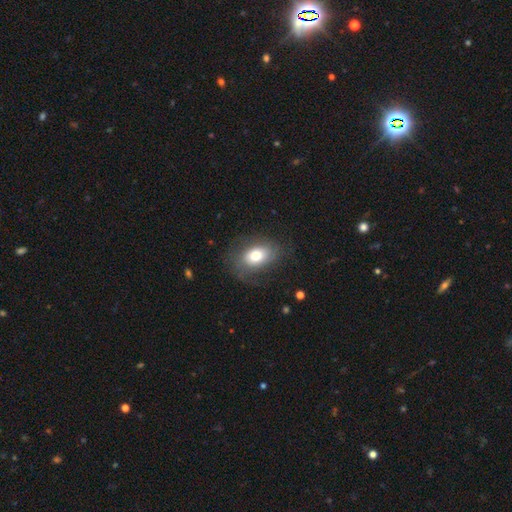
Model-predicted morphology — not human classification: A smooth galaxy with no disk features (70%) that is in between round and cigar-shaped (78%).

Vote fractions:
- Smooth or featured? smooth: 70% / featured or disk: 21% / star or artifact: 9%
- How rounded? in between: 78% / round: 20% / cigar-shaped: 1%
- Merging? none: 68% / minor disturbance: 19% / major disturbance: 12% / merger: 1%